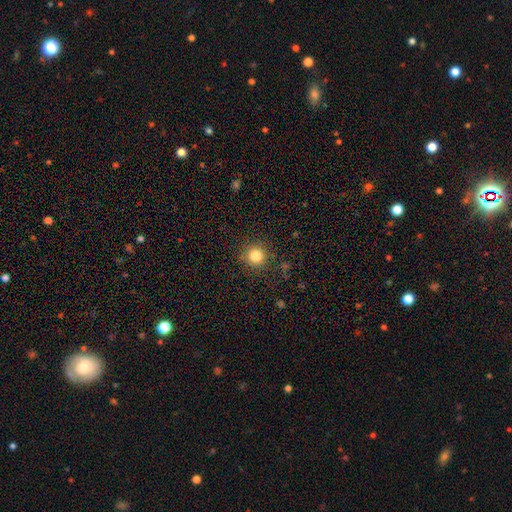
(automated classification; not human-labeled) Smooth or featured? Predicted: smooth (p=0.83). How rounded? Predicted: round (p=0.94). Merging? Predicted: none (p=0.89).